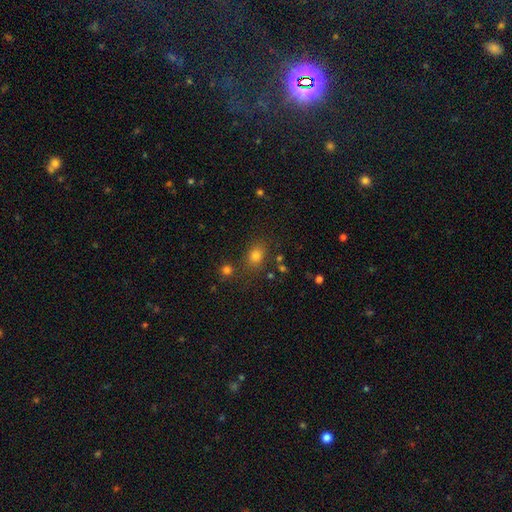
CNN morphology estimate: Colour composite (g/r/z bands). It shows a smooth galaxy with no disk features (77%) that is in between round and cigar-shaped (57%). Merging: none (73%).